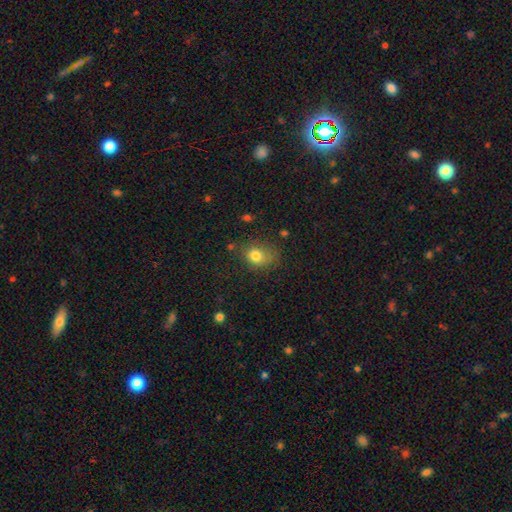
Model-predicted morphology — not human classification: smooth-or-featured: smooth: 79% | star or artifact: 11% | featured or disk: 9%
  how-rounded: in between: 52% | round: 47% | cigar-shaped: 1%
  merging: none: 59% | minor disturbance: 27% | major disturbance: 11% | merger: 3%